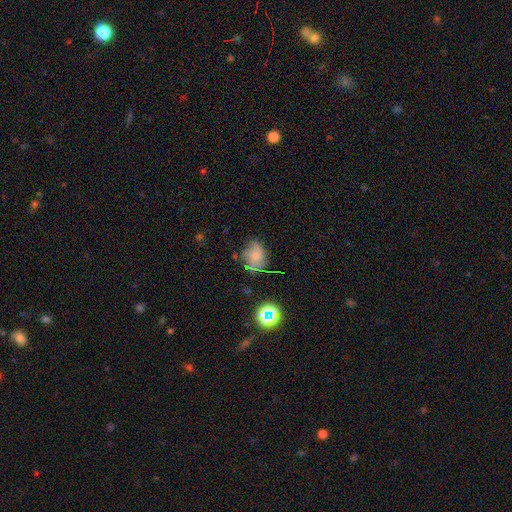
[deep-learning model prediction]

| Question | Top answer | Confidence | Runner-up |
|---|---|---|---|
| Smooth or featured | smooth | 62% | featured or disk (22%) |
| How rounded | in between | 65% | round (34%) |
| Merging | none | 54% | minor disturbance (30%) |